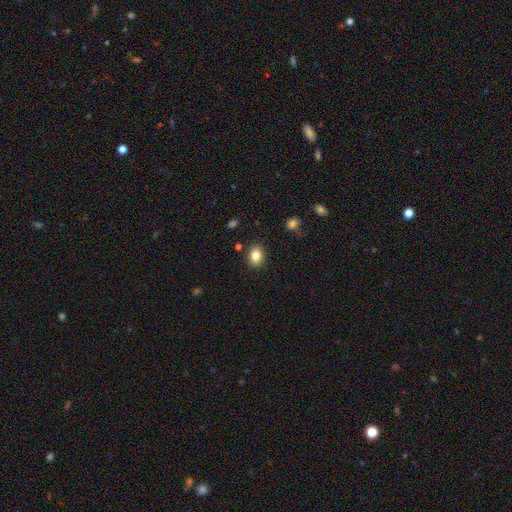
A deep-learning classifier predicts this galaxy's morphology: type=smooth (84%); roundness=in between (61%); merging=none (87%).